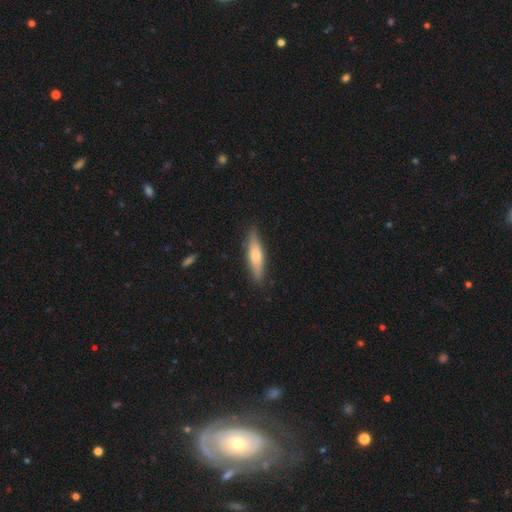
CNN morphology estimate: Smooth or featured?
  - smooth: 64% *
  - featured or disk: 31%
  - star or artifact: 5%
How rounded?
  - cigar-shaped: 76% *
  - in between: 22%
  - round: 2%
Merging?
  - none: 86% *
  - minor disturbance: 10%
  - major disturbance: 2%
  - merger: 1%